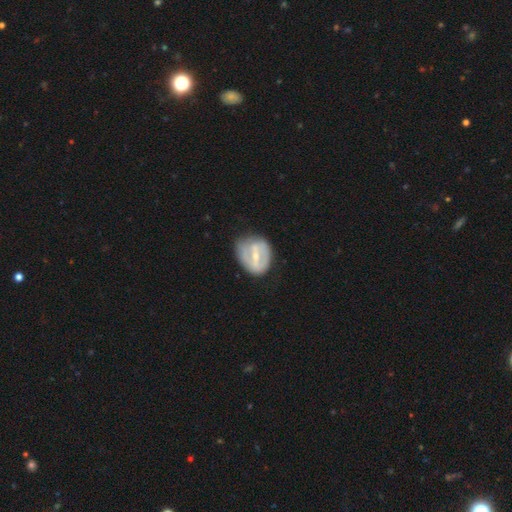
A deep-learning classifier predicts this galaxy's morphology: featured or disk 64%, smooth 30%, star or artifact 6%. Down the decision tree: edge-on disk — no (95%); bar — strong (49%); spiral arms — no (56%); bulge size — small (52%); merging — none (57%).